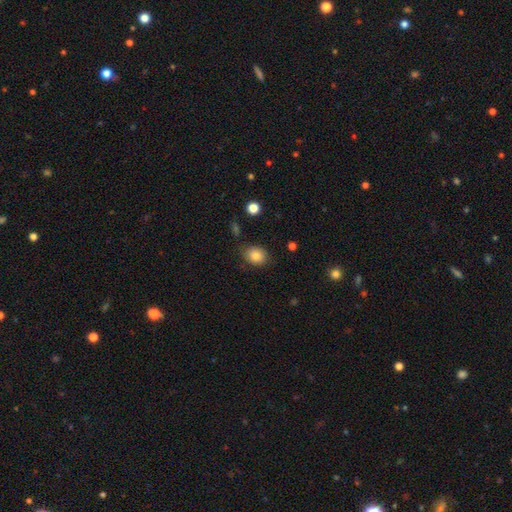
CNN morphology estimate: This appears to be a smooth galaxy with no disk features (83%) that is round (54%). Merging: none (79%).